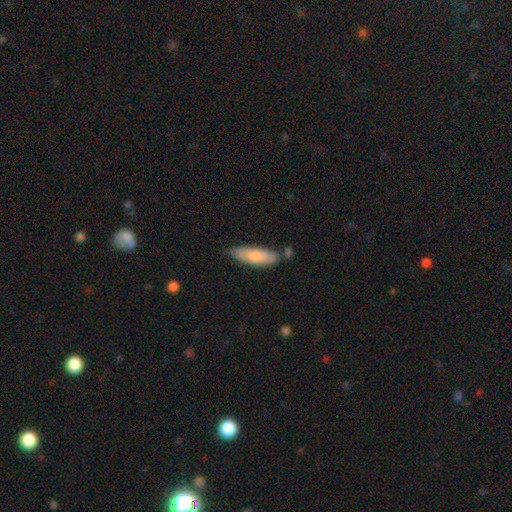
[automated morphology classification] Overall: smooth (79%). How rounded: cigar-shaped (52%; in between 46%). Merging: none (71%).